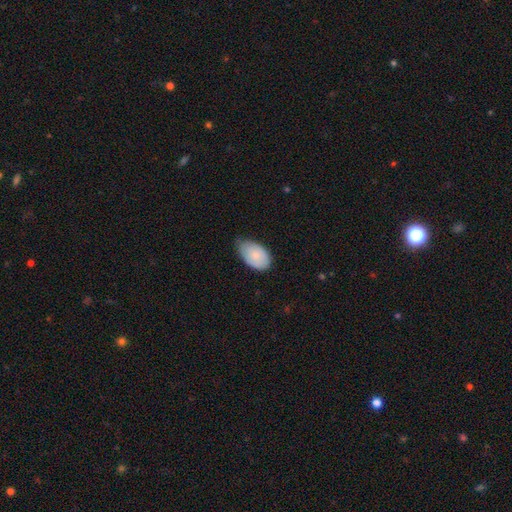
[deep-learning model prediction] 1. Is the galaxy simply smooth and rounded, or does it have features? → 81% smooth, 13% featured or disk, 6% star or artifact.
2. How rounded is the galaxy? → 93% in between, 6% round, 1% cigar-shaped.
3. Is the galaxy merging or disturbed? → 49% none, 44% minor disturbance, 6% major disturbance, 1% merger.